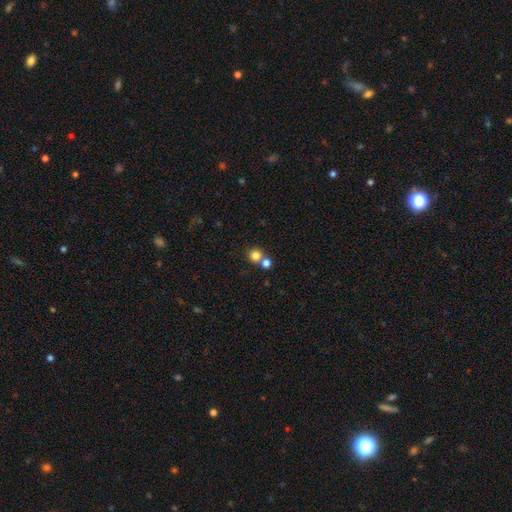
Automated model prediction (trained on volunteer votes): This is clearly a smooth galaxy (80%). How rounded: clearly round (90%). Merging: possibly none (57%).